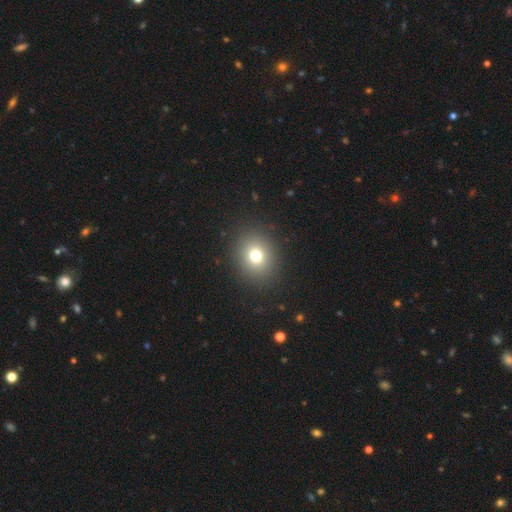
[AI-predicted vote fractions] smooth_or_featured: smooth (p=0.74) [alt: star or artifact p=0.15]
how_rounded: round (p=0.72) [alt: in between p=0.27]
merging: none (p=0.89) [alt: minor disturbance p=0.06]